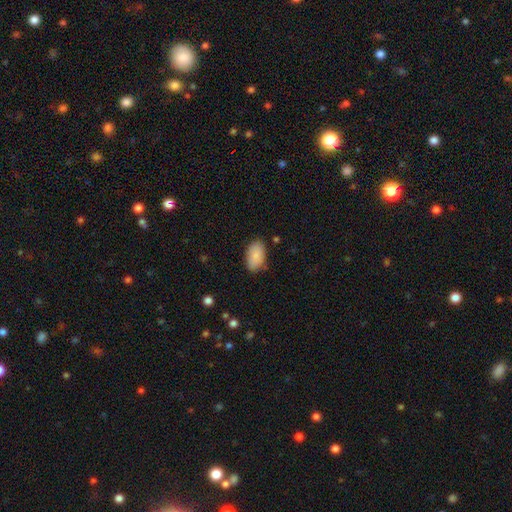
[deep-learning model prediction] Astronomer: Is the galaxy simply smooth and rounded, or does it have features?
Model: smooth — 88%.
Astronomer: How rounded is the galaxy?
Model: in between — 94%.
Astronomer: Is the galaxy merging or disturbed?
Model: none — 82%.